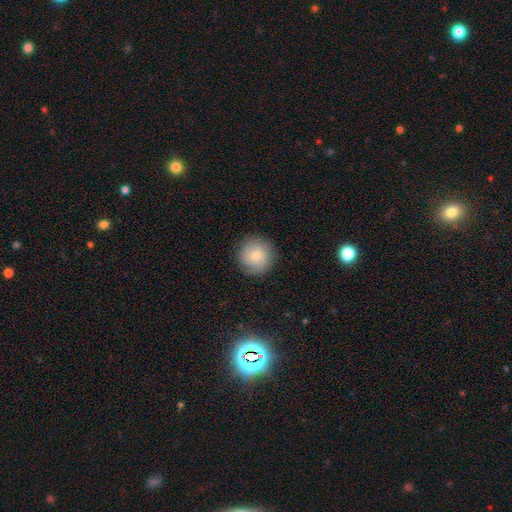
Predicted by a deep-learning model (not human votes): Overall: smooth (68%). How rounded: round (95%). Merging: none (87%).